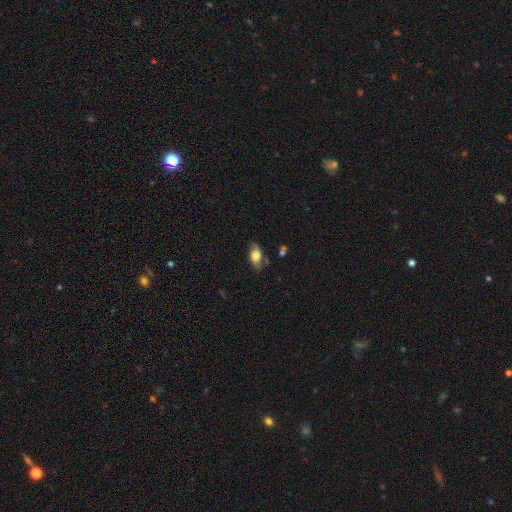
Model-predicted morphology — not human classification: smooth 69%, featured or disk 24%, star or artifact 8%. Down the decision tree: how rounded — in between (86%); merging — none (72%).